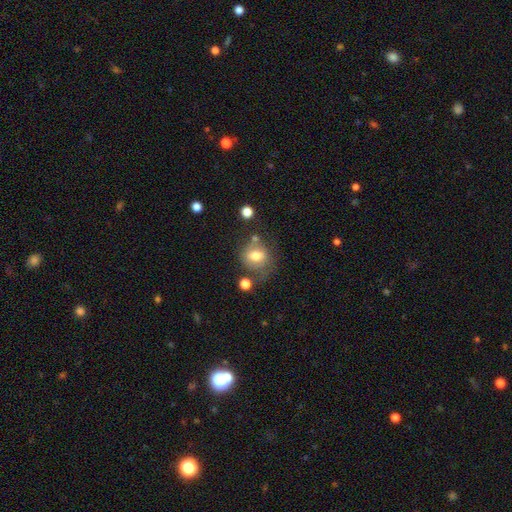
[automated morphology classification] A smooth galaxy with no disk features (69%) that is round (70%). Merging: none (55%).